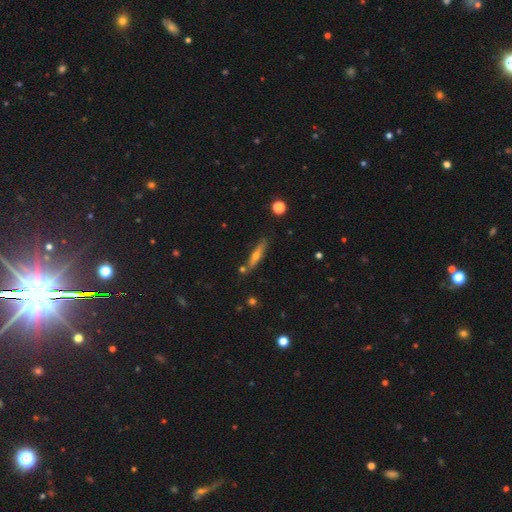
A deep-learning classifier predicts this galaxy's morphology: This appears to be a featured or disk galaxy (52%) viewed edge-on (90%). Merging: none (80%).